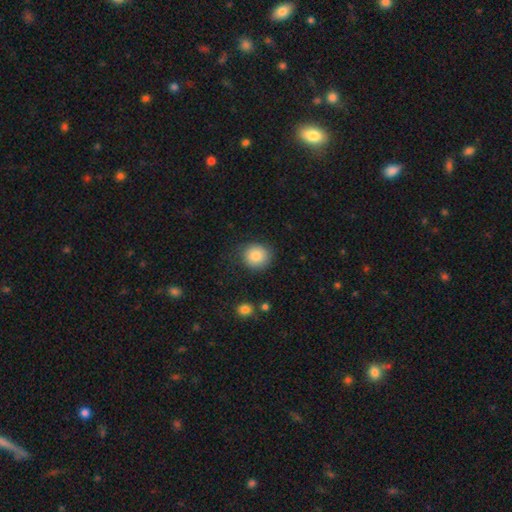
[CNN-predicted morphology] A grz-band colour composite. It shows a smooth galaxy with no disk features (84%) that is round (84%). Merging: none (80%).